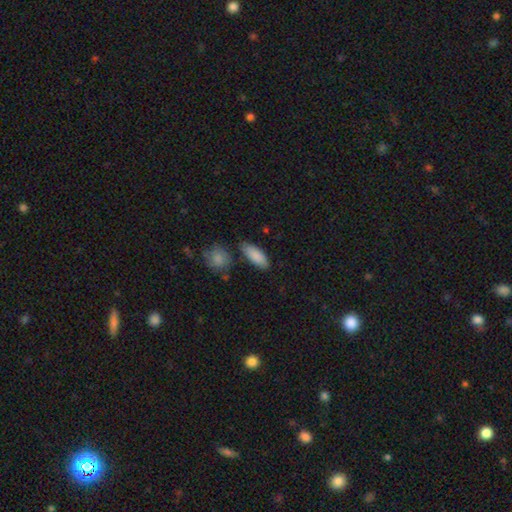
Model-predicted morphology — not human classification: A smooth galaxy with no disk features (88%) that is in between round and cigar-shaped (83%). Merging: none (76%).